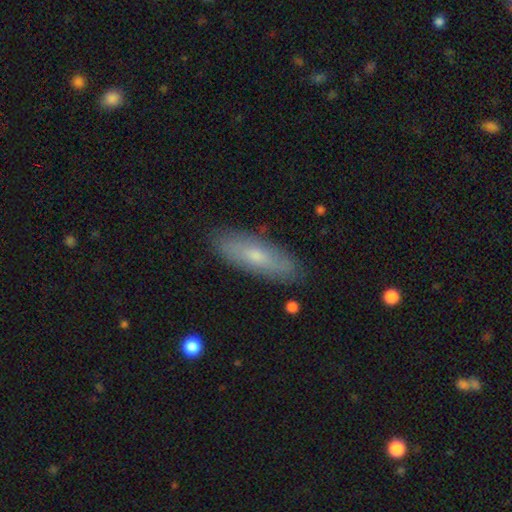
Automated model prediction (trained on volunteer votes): smooth_or_featured: smooth (p=0.61) [alt: featured or disk p=0.32]
how_rounded: in between (p=0.52) [alt: cigar-shaped p=0.46]
merging: none (p=0.85) [alt: minor disturbance p=0.12]